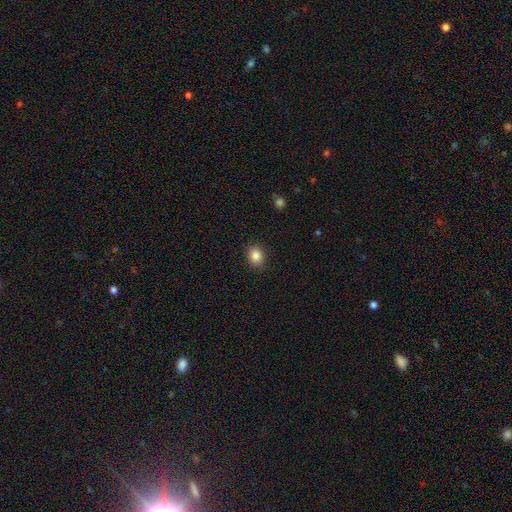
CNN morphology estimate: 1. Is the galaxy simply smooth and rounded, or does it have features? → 85% smooth, 10% star or artifact, 5% featured or disk.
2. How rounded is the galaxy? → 55% round, 44% in between, 1% cigar-shaped.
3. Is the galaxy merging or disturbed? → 89% none, 8% minor disturbance, 2% major disturbance, 1% merger.